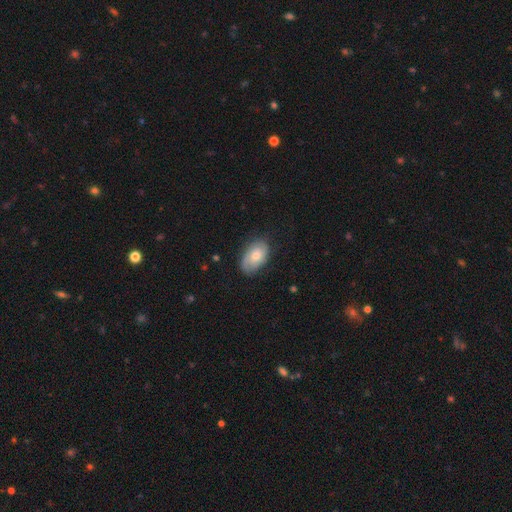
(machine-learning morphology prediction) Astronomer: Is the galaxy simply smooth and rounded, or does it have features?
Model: smooth — 53% (runner-up: featured or disk, 40%).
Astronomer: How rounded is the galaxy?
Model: in between — 90%.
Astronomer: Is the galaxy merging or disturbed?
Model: none — 71%.